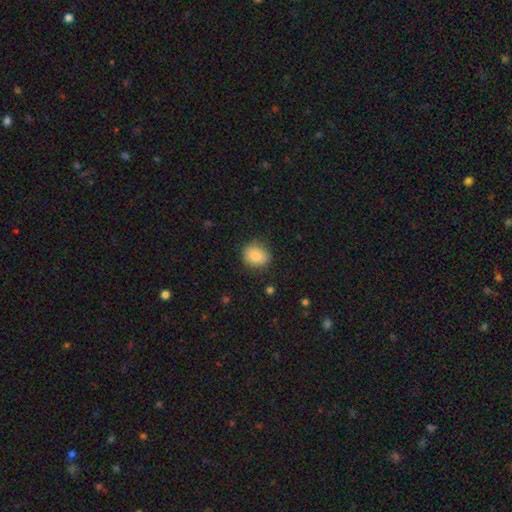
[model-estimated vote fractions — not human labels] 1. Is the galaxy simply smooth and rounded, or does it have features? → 86% smooth, 8% star or artifact, 6% featured or disk.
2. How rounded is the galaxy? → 64% round, 35% in between, 1% cigar-shaped.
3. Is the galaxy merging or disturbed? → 81% none, 14% minor disturbance, 4% major disturbance, 1% merger.